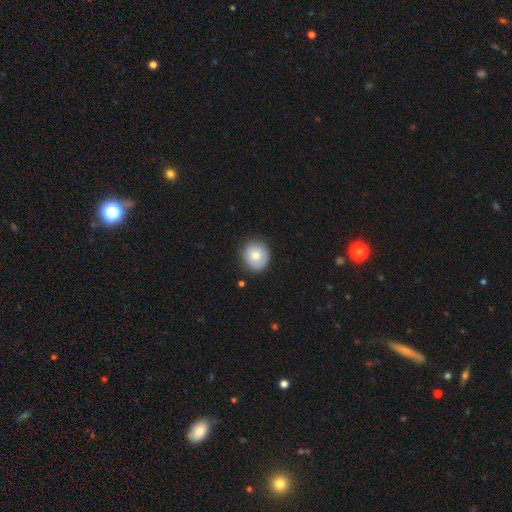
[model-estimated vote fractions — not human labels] Smooth or featured?
  - smooth: 78% *
  - featured or disk: 14%
  - star or artifact: 8%
How rounded?
  - round: 87% *
  - in between: 12%
  - cigar-shaped: 1%
Merging?
  - none: 83% *
  - minor disturbance: 13%
  - major disturbance: 3%
  - merger: 1%